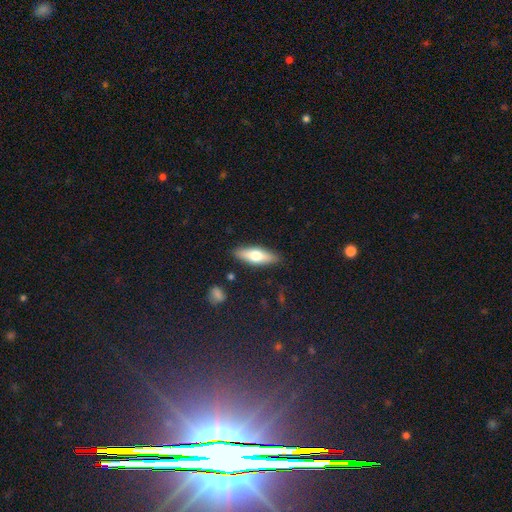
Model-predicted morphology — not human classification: This appears to be a smooth galaxy with no disk features (60%) that is in between round and cigar-shaped (53%). Merging: none (87%).